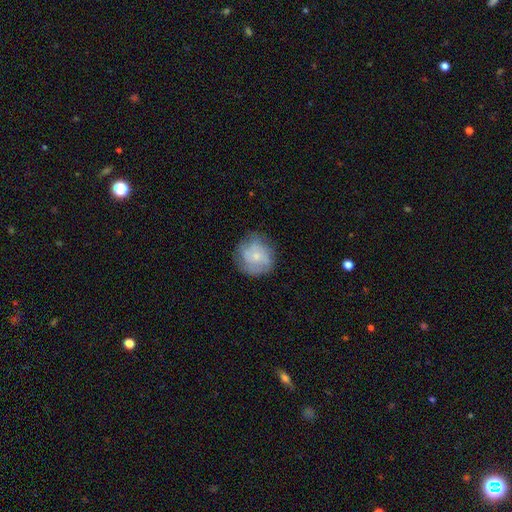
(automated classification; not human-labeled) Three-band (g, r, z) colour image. It shows a smooth galaxy with no disk features (52%) that is round (88%). Merging: none (71%).